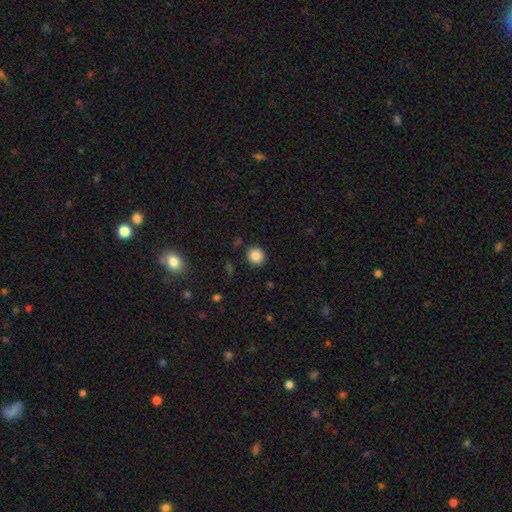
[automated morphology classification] The model was most divided on "smooth or featured": smooth: 86%, star or artifact: 10%, featured or disk: 4%. More confident: how rounded — round (91%); merging — none (90%).